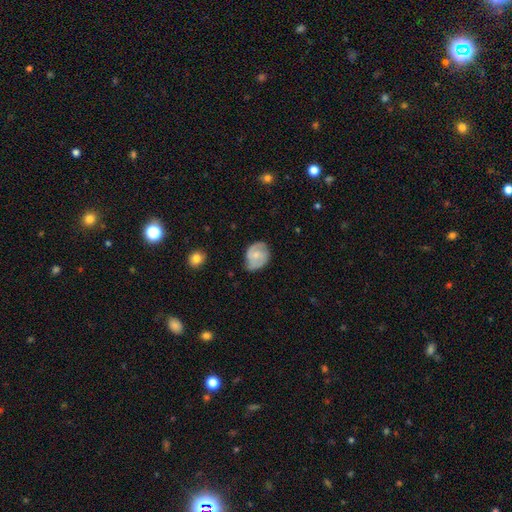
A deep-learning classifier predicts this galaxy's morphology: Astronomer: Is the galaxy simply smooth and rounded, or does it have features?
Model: featured or disk — 54% (runner-up: smooth, 39%).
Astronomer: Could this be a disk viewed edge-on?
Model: no — 97%.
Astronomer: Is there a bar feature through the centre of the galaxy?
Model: no — 60%.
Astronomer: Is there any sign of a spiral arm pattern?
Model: yes — 85%.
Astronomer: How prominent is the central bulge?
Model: small — 49% (runner-up: moderate, 36%).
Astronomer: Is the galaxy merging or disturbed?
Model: none — 61%.